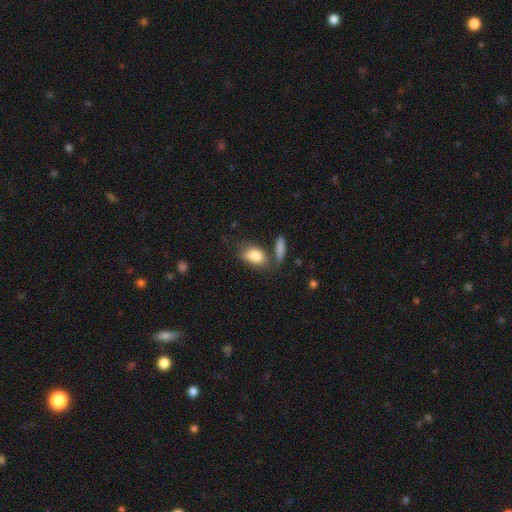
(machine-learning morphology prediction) Smooth or featured? Predicted: smooth (p=0.82). How rounded? Predicted: in between (p=0.85). Merging? Predicted: none (p=0.55).